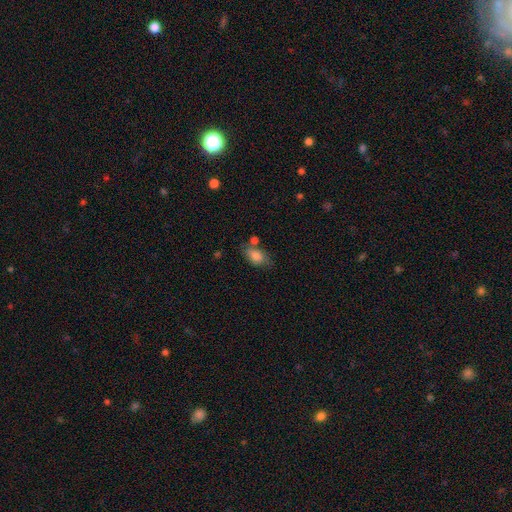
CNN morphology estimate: Smooth or featured? Predicted: smooth (p=0.82). How rounded? Predicted: in between (p=0.87). Merging? Predicted: none (p=0.60).